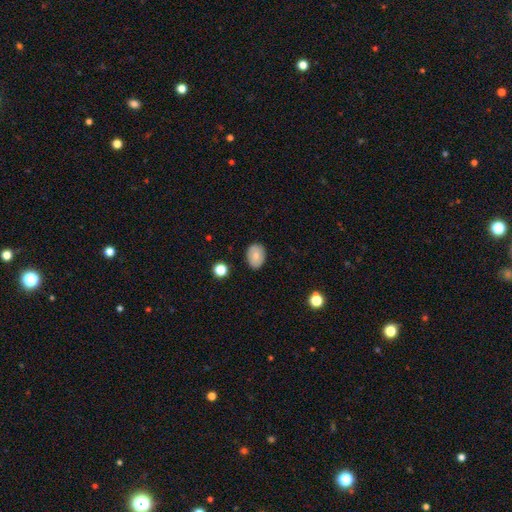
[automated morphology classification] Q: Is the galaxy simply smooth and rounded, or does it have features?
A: smooth — 80%.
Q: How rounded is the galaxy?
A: in between — 75%.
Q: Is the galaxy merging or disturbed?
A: none — 85%.